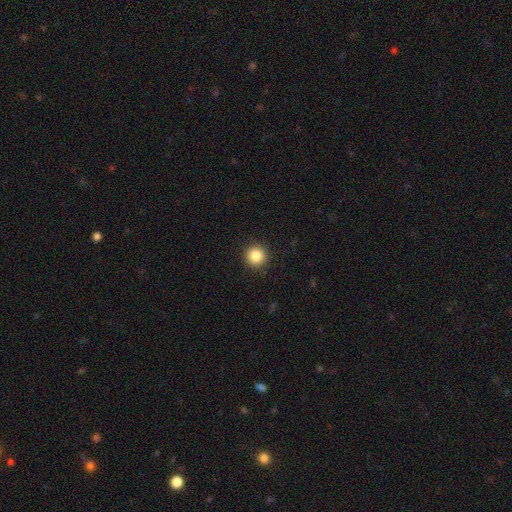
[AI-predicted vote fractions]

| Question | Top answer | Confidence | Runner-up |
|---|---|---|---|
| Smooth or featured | smooth | 86% | star or artifact (10%) |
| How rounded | round | 95% | in between (4%) |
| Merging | none | 92% | minor disturbance (5%) |